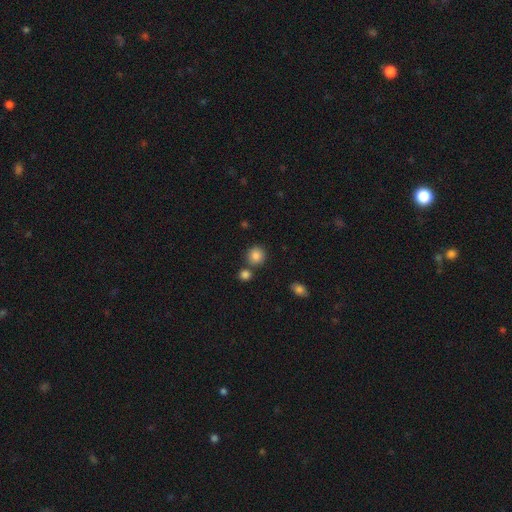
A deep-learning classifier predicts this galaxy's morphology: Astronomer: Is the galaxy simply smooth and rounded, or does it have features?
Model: smooth — 85%.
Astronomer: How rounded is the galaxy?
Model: round — 88%.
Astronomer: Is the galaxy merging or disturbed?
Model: none — 74%.